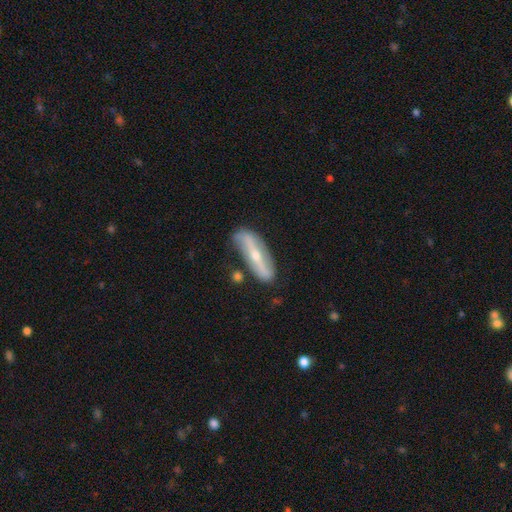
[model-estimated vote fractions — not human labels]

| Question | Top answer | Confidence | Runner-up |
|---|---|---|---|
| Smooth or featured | featured or disk | 71% | smooth (23%) |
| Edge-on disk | no | 61% | yes (39%) |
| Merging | none | 74% | minor disturbance (17%) |